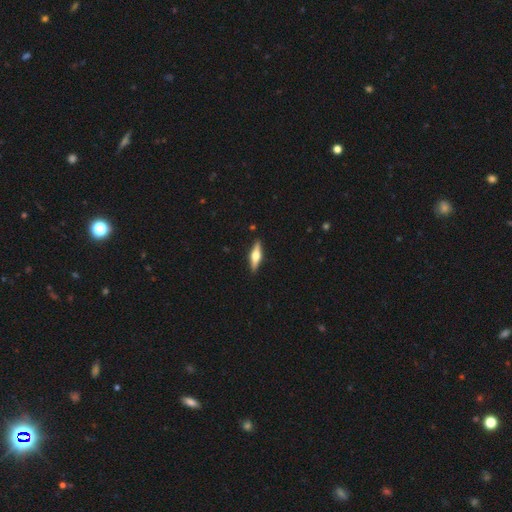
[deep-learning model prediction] Smooth or featured? Predicted: featured or disk (p=0.64). Edge-on disk? Predicted: yes (p=0.96). Edge-on bulge? Predicted: rounded (p=0.95). Merging? Predicted: none (p=0.90).